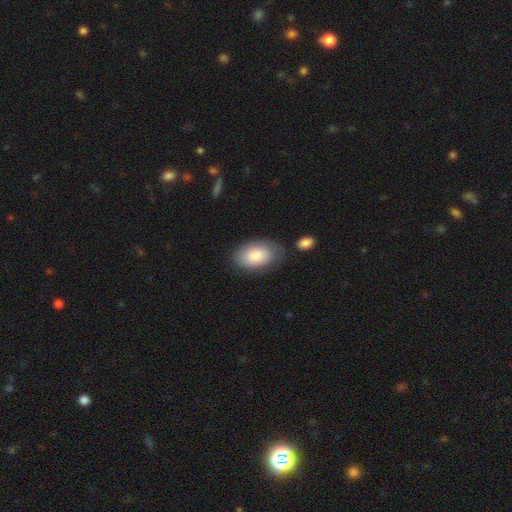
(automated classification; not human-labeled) smooth 86%, featured or disk 8%, star or artifact 6%. Down the decision tree: how rounded — in between (92%); merging — none (73%).